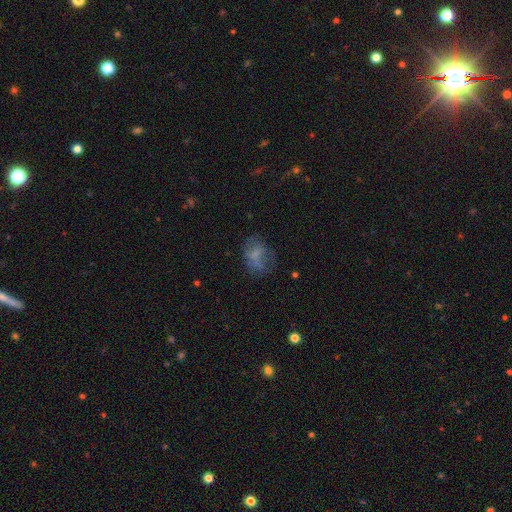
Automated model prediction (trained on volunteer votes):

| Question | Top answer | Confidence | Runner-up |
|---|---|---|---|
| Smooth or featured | smooth | 52% | featured or disk (33%) |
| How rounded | in between | 70% | round (28%) |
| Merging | none | 49% | major disturbance (24%) |